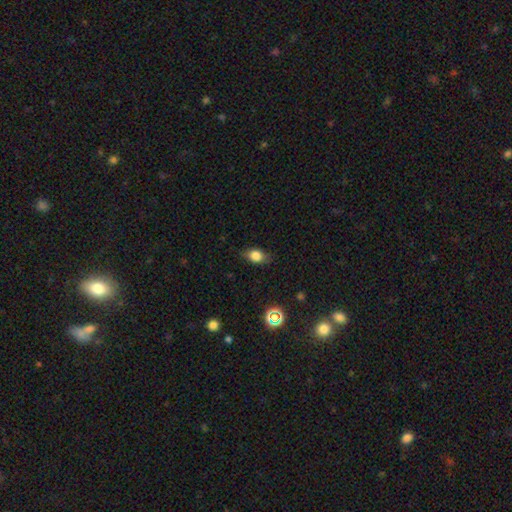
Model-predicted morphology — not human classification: Smooth or featured?
  - smooth: 76% *
  - featured or disk: 13%
  - star or artifact: 11%
How rounded?
  - in between: 72% *
  - round: 23%
  - cigar-shaped: 4%
Merging?
  - none: 77% *
  - minor disturbance: 17%
  - major disturbance: 4%
  - merger: 1%